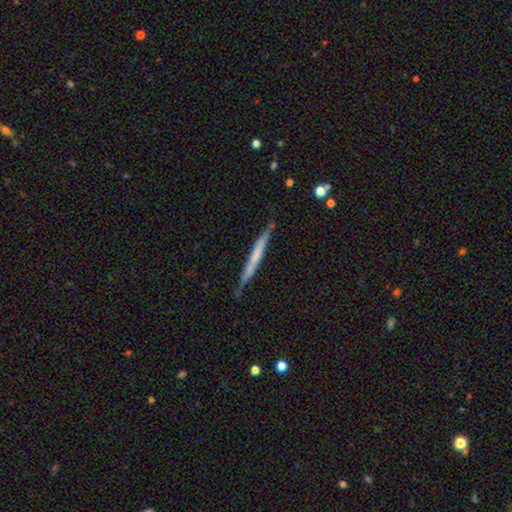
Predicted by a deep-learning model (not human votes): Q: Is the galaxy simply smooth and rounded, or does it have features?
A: featured or disk — 50%.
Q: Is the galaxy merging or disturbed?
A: none — 83%.